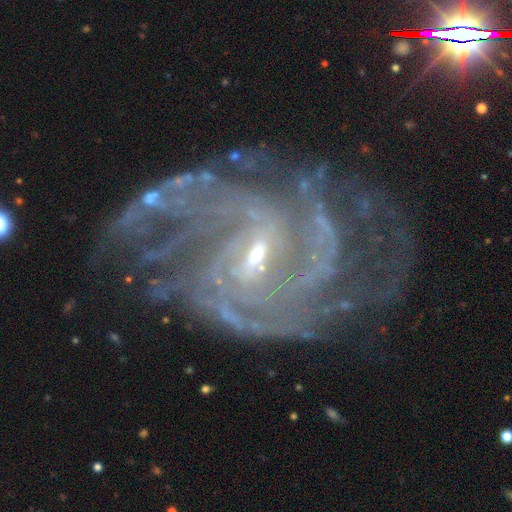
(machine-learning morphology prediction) featured or disk 91%, star or artifact 6%, smooth 3%. Down the decision tree: edge-on disk — no (98%); bar — weak (49%); spiral arms — yes (98%); spiral arm count — 2 (22%); spiral winding — tight (47%); bulge size — small (72%); merging — none (58%).